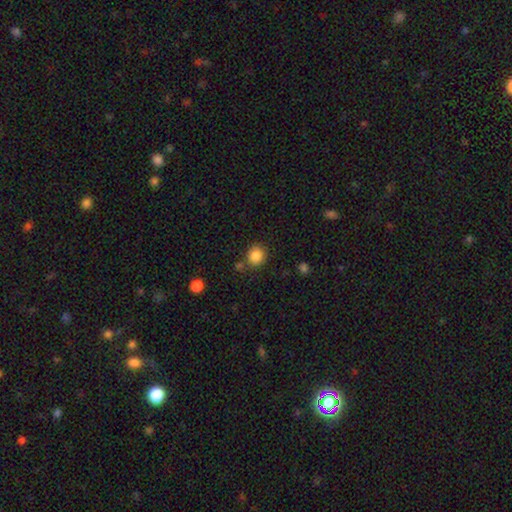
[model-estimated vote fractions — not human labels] Morphology: type=smooth (86%); roundness=round (79%); merging=none (79%).